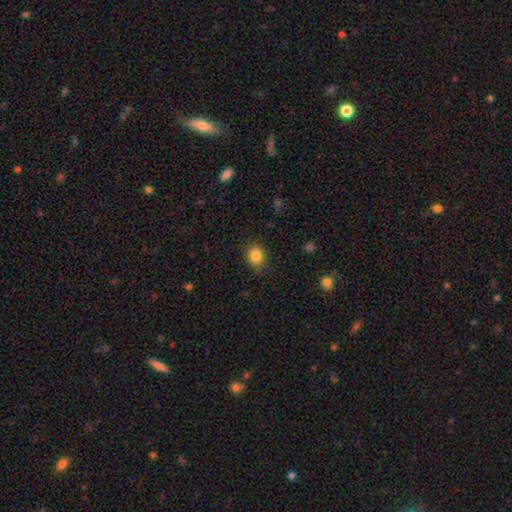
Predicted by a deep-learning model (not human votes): A smooth galaxy with no disk features (84%) that is round (56%).

Vote fractions:
- Smooth or featured? smooth: 84% / star or artifact: 10% / featured or disk: 5%
- How rounded? round: 56% / in between: 43% / cigar-shaped: 1%
- Merging? none: 77% / minor disturbance: 18% / major disturbance: 3% / merger: 1%